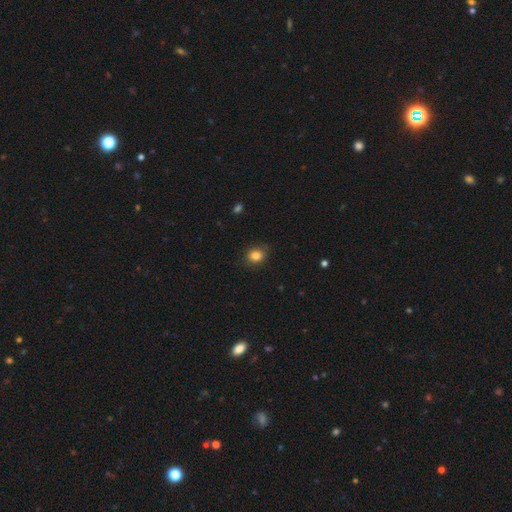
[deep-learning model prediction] The model was most divided on "how rounded": round: 59%, in between: 40%, cigar-shaped: 1%. More confident: smooth or featured — smooth (83%); merging — none (81%).